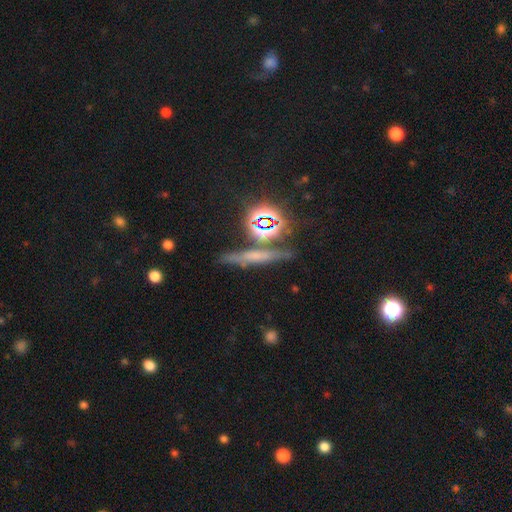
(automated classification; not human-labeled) Smooth or featured?
  - smooth: 40% *
  - star or artifact: 32%
  - featured or disk: 28%
Merging?
  - none: 75% *
  - minor disturbance: 13%
  - merger: 8%
  - major disturbance: 5%